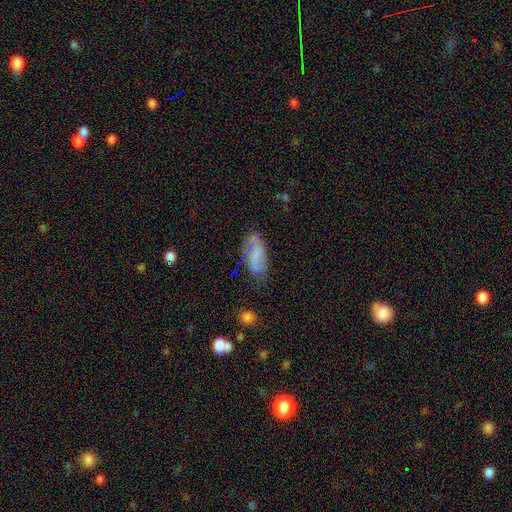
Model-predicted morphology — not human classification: Overall: smooth (53%; featured or disk 37%). How rounded: in between (83%). Merging: none (55%; minor disturbance 27%).